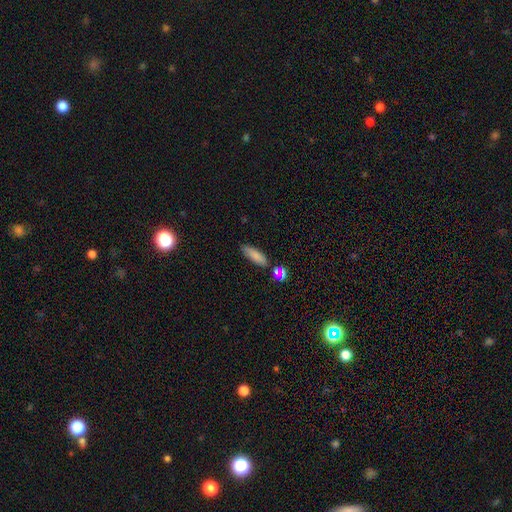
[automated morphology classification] type=smooth (81%); roundness=cigar-shaped (50%); merging=none (76%).